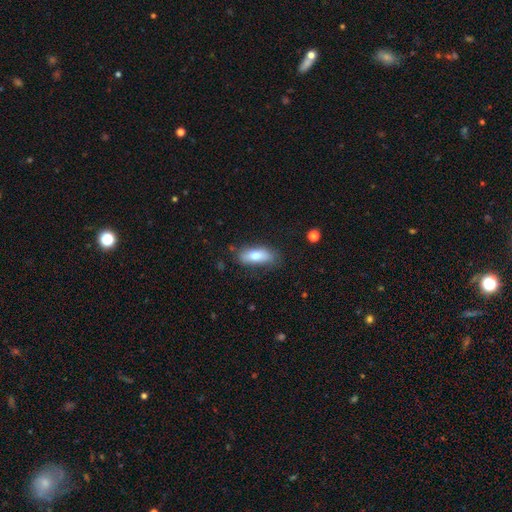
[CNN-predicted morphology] Overall: smooth (73%). How rounded: in between (76%). Merging: none (73%).